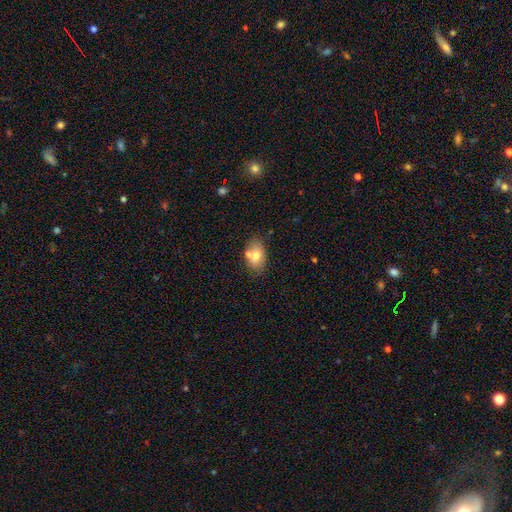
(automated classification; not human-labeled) Overall: smooth (71%). How rounded: in between (87%). Merging: none (66%).